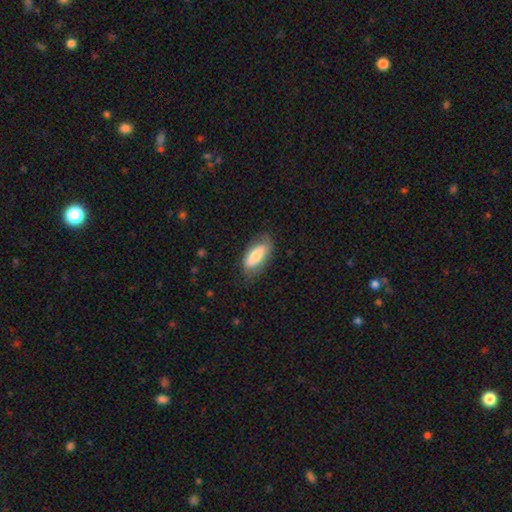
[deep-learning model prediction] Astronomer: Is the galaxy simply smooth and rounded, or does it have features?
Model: smooth — 67%.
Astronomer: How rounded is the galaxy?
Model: in between — 84%.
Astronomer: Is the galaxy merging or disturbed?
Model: none — 72%.